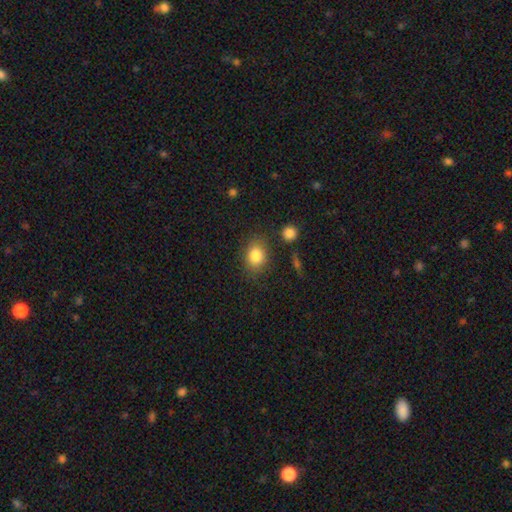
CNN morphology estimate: type=smooth (83%); roundness=in between (58%); merging=none (79%).